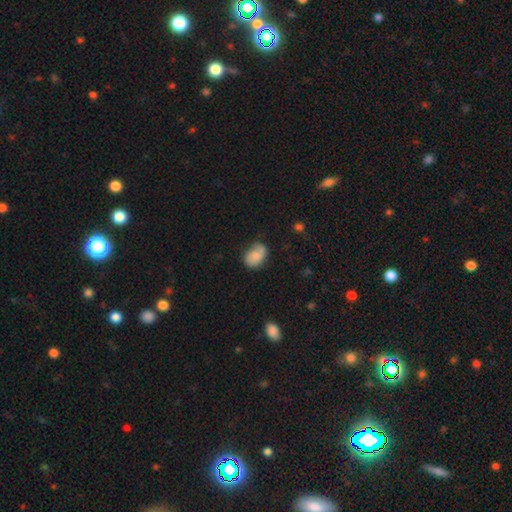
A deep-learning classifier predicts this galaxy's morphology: This appears to be a smooth galaxy with no disk features (70%) that is in between round and cigar-shaped (80%). Merging: none (61%).